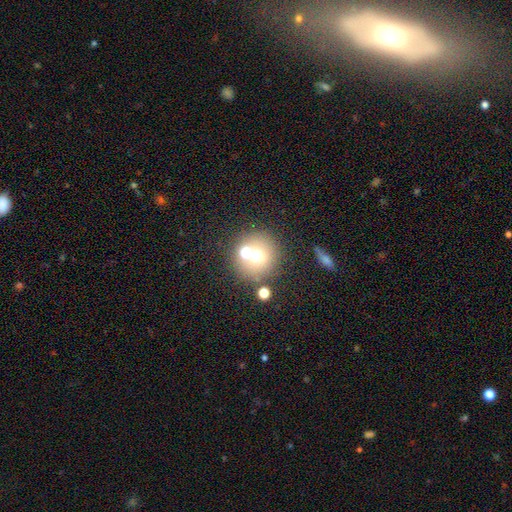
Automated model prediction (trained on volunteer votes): smooth-or-featured: smooth: 60% | featured or disk: 20% | star or artifact: 20%
  how-rounded: round: 91% | in between: 8% | cigar-shaped: 1%
  merging: none: 62% | merger: 26% | minor disturbance: 8% | major disturbance: 4%